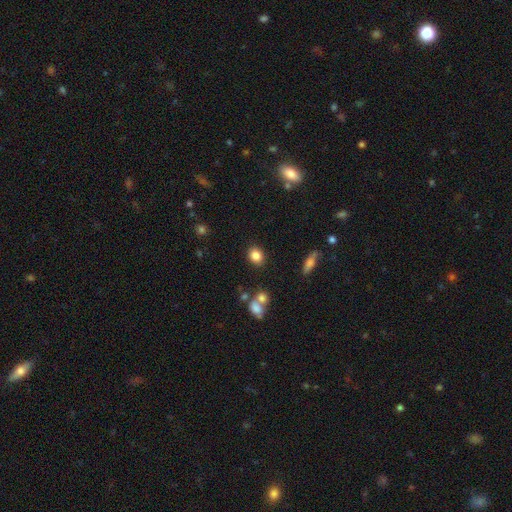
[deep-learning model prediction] smooth_or_featured: smooth (p=0.84) [alt: star or artifact p=0.10]
how_rounded: round (p=0.57) [alt: in between p=0.42]
merging: none (p=0.86) [alt: minor disturbance p=0.08]